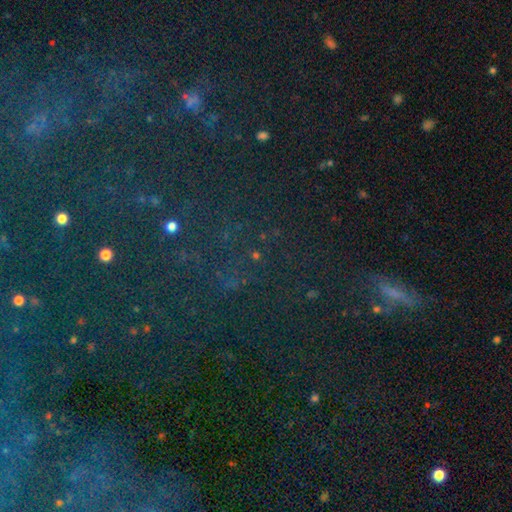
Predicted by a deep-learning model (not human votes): A star or artifact, not a galaxy (75%).